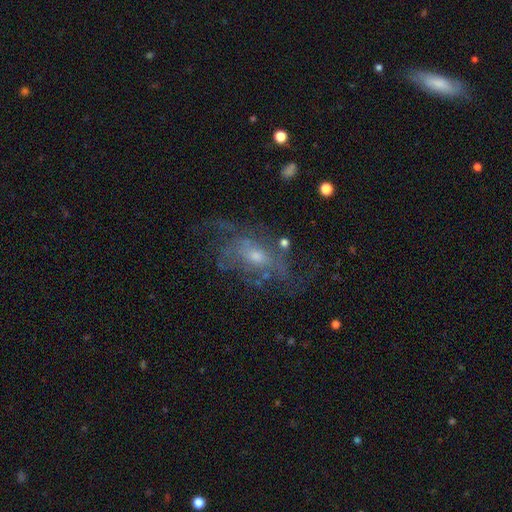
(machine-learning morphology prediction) A featured or disk galaxy (71%) with no bar (69%), spiral arms (73%) and a small central bulge (48%). Merging: none (59%).